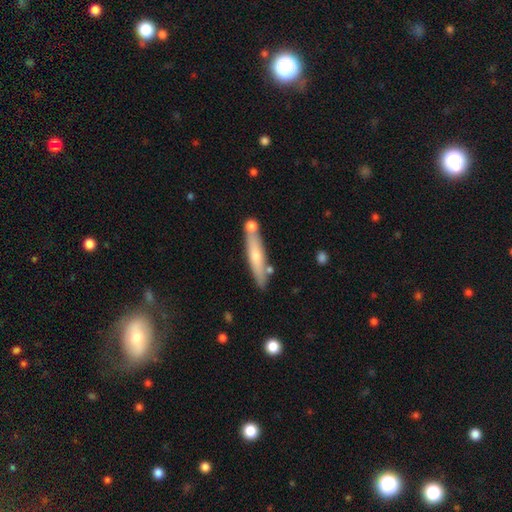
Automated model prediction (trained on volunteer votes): Smooth or featured?
  - smooth: 55% *
  - featured or disk: 39%
  - star or artifact: 6%
How rounded?
  - cigar-shaped: 89% *
  - in between: 9%
  - round: 2%
Merging?
  - none: 75% *
  - minor disturbance: 12%
  - merger: 10%
  - major disturbance: 3%